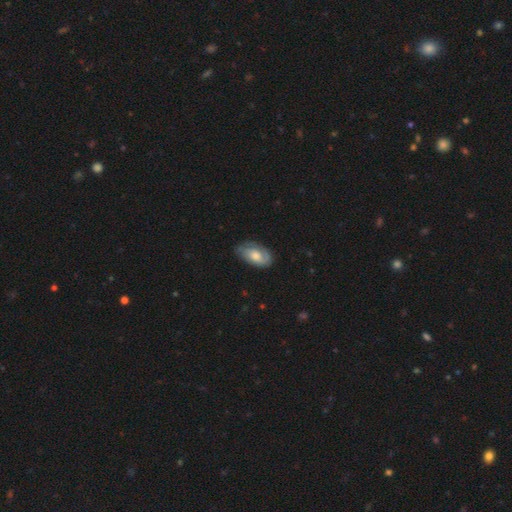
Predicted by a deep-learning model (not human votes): Smooth or featured: featured or disk — 57% (smooth — 37%)
Edge-on disk: no — 94% (yes — 6%)
Bar: no — 73% (weak — 23%)
Spiral arms: yes — 83% (no — 17%)
Bulge size: moderate — 56% (large — 19%)
Merging: none — 70% (minor disturbance — 22%)